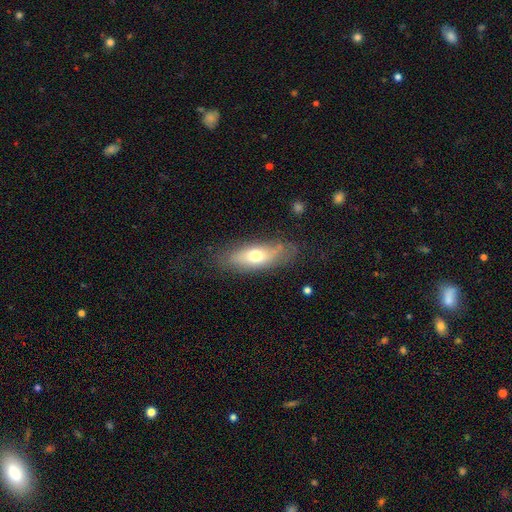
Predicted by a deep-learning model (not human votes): This is likely a smooth galaxy (61%). How rounded: likely in between (69%). Merging: likely none (71%).